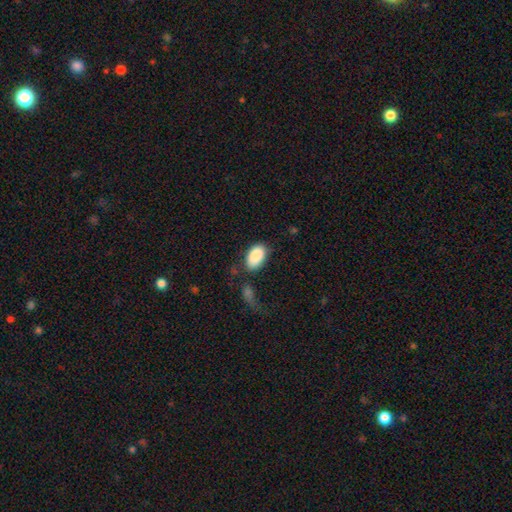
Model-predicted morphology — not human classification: Q: Smooth or featured?
A: smooth (89%); runner-up: star or artifact (6%)
Q: How rounded?
A: in between (94%); runner-up: round (5%)
Q: Merging?
A: none (63%); runner-up: minor disturbance (20%)